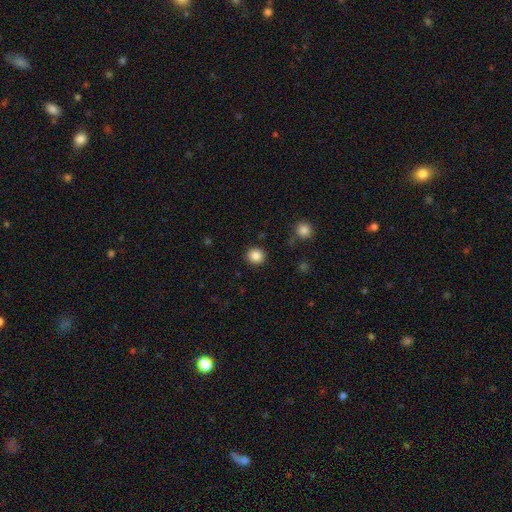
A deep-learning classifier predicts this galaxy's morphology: Q: Smooth or featured?
A: smooth (86%); runner-up: star or artifact (10%)
Q: How rounded?
A: round (90%); runner-up: in between (9%)
Q: Merging?
A: none (90%); runner-up: minor disturbance (6%)